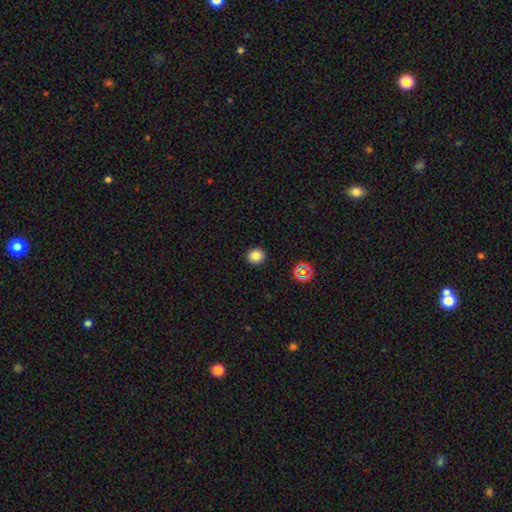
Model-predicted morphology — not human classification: This appears to be a smooth galaxy with no disk features (81%) that is round (88%). Merging: none (92%).